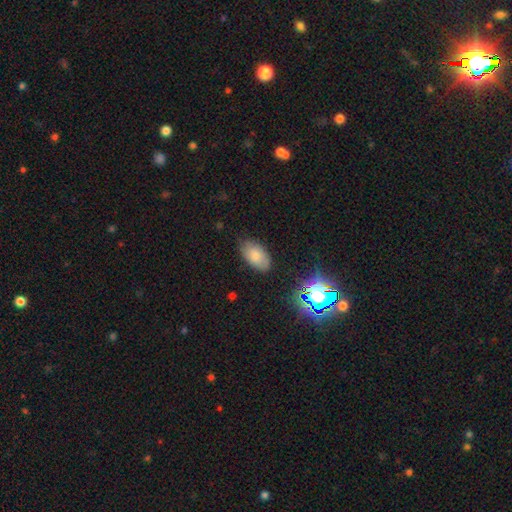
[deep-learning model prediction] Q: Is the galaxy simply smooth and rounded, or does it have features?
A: smooth — 77%.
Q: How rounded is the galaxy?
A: in between — 94%.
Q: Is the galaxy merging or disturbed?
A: none — 80%.